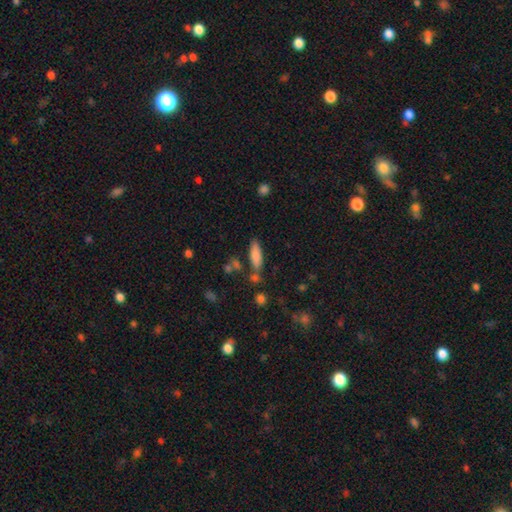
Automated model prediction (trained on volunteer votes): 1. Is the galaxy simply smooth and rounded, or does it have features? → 81% smooth, 11% featured or disk, 8% star or artifact.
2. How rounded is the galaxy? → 51% in between, 46% cigar-shaped, 2% round.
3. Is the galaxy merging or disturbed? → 70% none, 15% minor disturbance, 11% merger, 4% major disturbance.